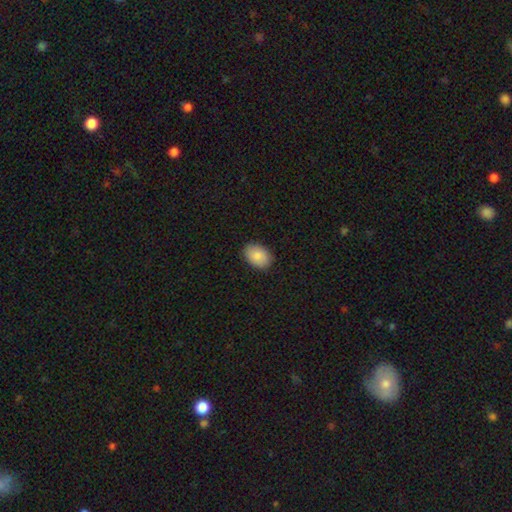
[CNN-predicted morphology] This appears to be a smooth galaxy with no disk features (88%) that is in between round and cigar-shaped (83%). Merging: none (88%).